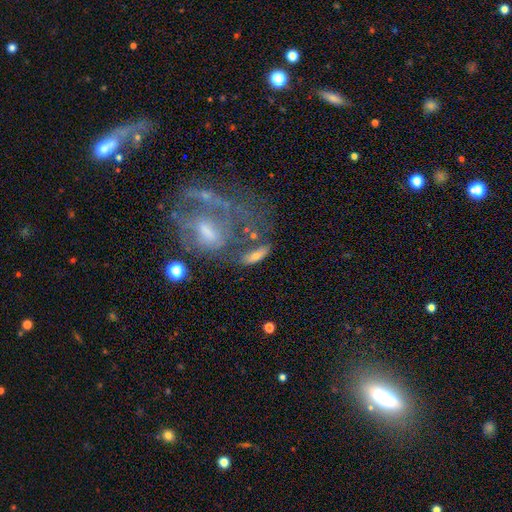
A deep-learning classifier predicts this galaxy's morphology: This appears to be a smooth galaxy with no disk features (56%) that is in between round and cigar-shaped (53%). Merging: none (55%).